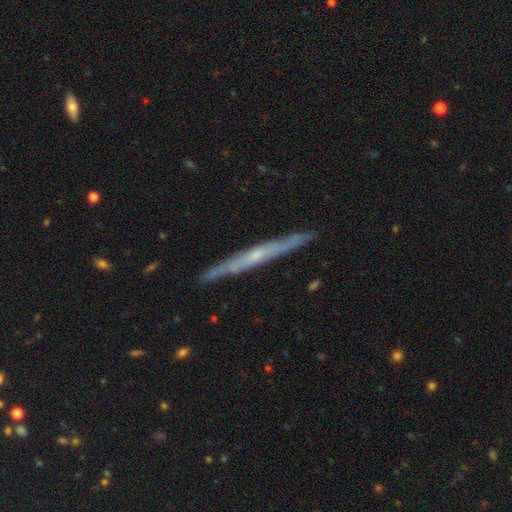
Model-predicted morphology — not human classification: Smooth or featured? featured or disk (69%)
Edge-on disk? yes (95%)
Edge-on bulge? none (58%)
Merging? none (88%)